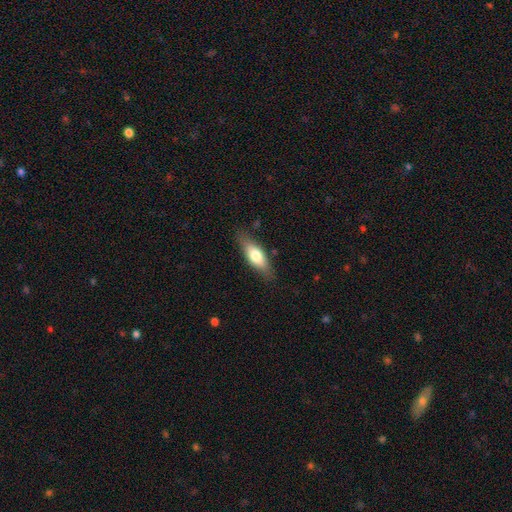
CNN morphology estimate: The model was most divided on "how rounded": in between: 66%, cigar-shaped: 32%, round: 3%. More confident: merging — none (80%); smooth or featured — smooth (68%).